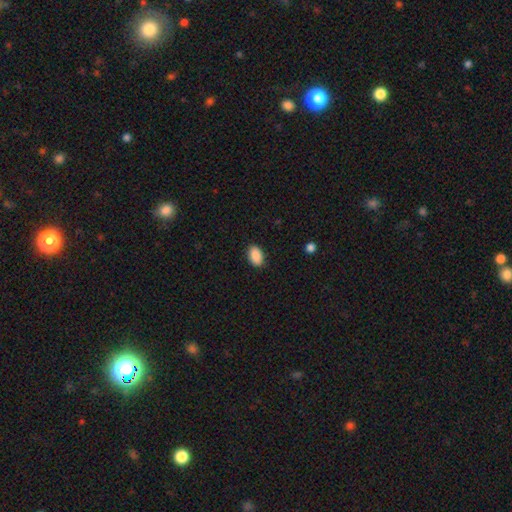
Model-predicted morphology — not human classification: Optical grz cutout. It shows a smooth galaxy with no disk features (90%) that is in between round and cigar-shaped (91%). Merging: none (88%).